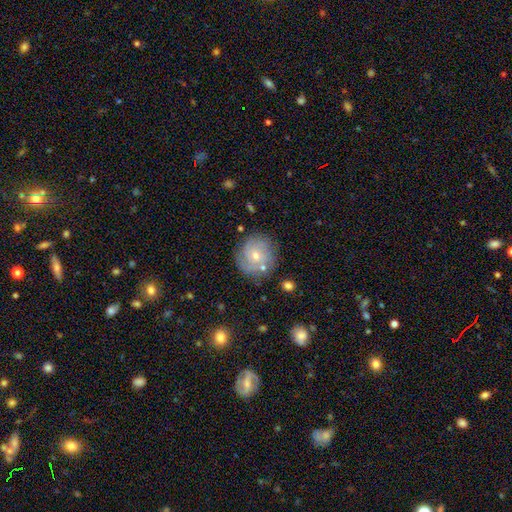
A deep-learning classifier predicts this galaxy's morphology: Smooth or featured? featured or disk (70%)
Edge-on disk? no (98%)
Bar? no (71%)
Spiral arms? yes (90%)
Spiral winding? tight (65%)
Spiral arm count? 2 (36%)
Bulge size? small (57%)
Merging? none (78%)